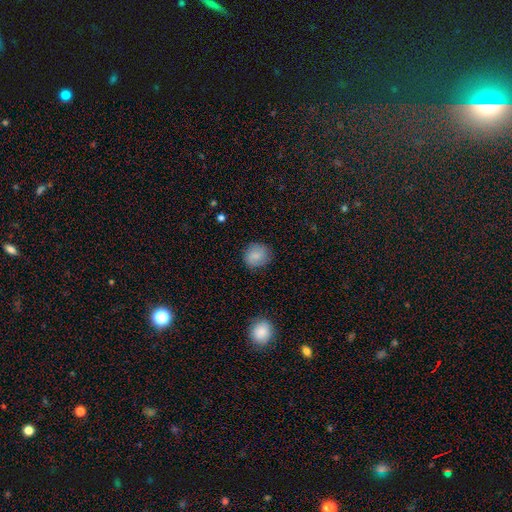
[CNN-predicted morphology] smooth_or_featured: smooth (p=0.84) [alt: star or artifact p=0.08]
how_rounded: round (p=0.86) [alt: in between p=0.13]
merging: none (p=0.86) [alt: minor disturbance p=0.10]